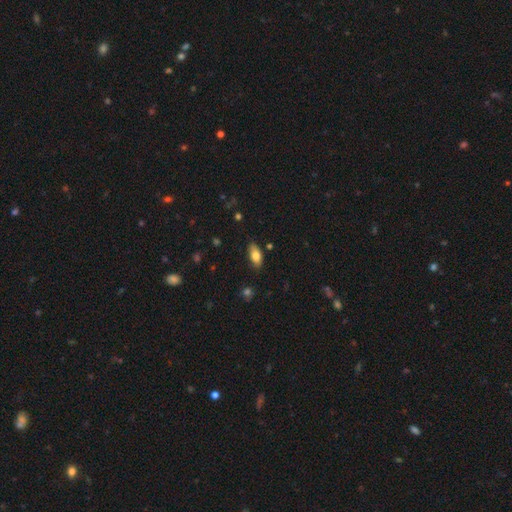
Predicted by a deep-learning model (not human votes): Smooth or featured?
  - smooth: 79% *
  - featured or disk: 14%
  - star or artifact: 7%
How rounded?
  - in between: 88% *
  - cigar-shaped: 9%
  - round: 3%
Merging?
  - none: 78% *
  - minor disturbance: 17%
  - major disturbance: 3%
  - merger: 2%